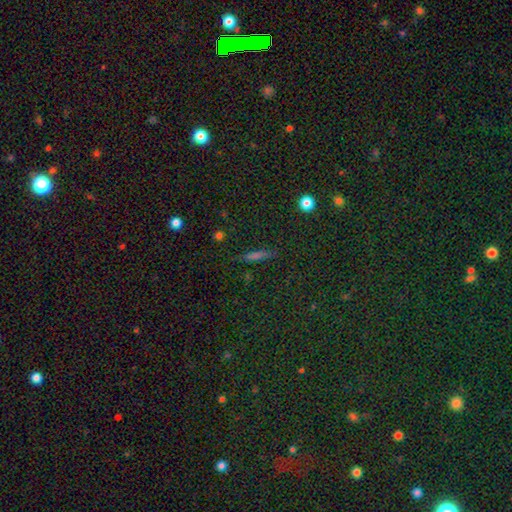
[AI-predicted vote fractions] Q: Smooth or featured?
A: smooth (53%); runner-up: featured or disk (28%)
Q: How rounded?
A: cigar-shaped (86%); runner-up: in between (10%)
Q: Merging?
A: none (87%); runner-up: minor disturbance (9%)